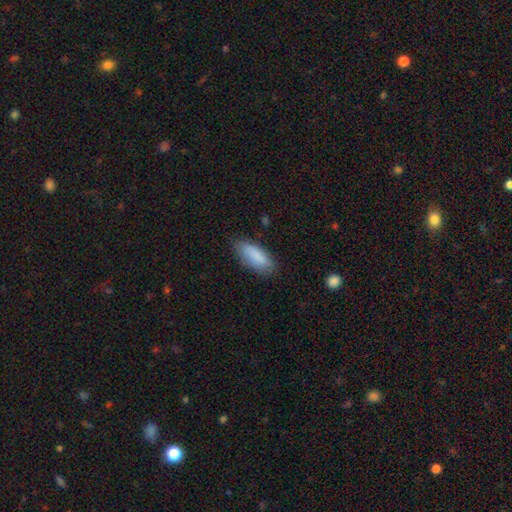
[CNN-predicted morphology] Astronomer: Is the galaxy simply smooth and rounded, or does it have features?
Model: smooth — 87%.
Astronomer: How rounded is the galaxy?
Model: in between — 77%.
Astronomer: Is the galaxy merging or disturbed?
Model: none — 79%.